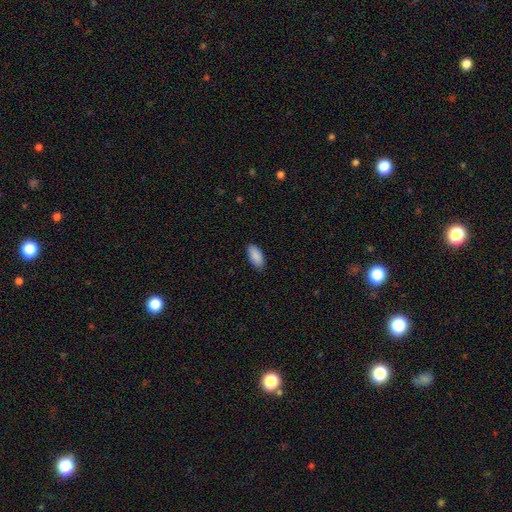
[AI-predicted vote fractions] This is clearly a smooth galaxy (91%). How rounded: clearly in between (92%). Merging: clearly none (87%).